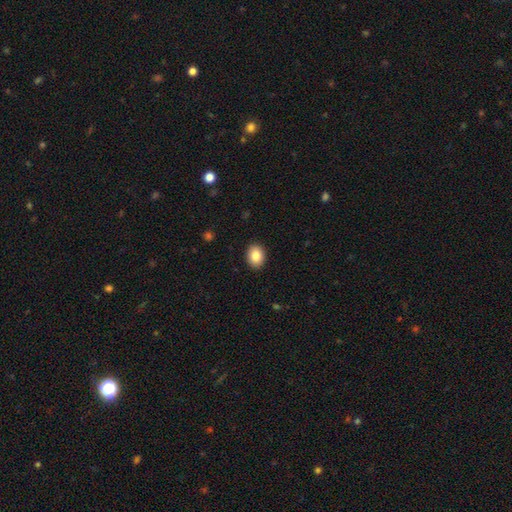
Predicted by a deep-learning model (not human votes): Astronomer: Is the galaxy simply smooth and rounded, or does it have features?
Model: smooth — 86%.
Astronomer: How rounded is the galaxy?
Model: in between — 65%.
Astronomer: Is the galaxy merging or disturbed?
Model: none — 91%.